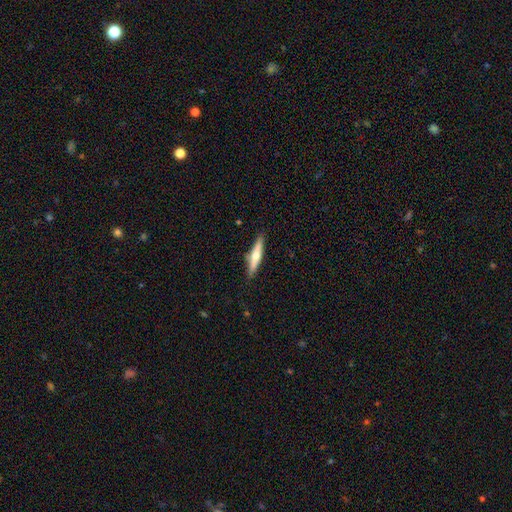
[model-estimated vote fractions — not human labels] This is possibly a featured or disk galaxy (48%). Merging: clearly none (85%).